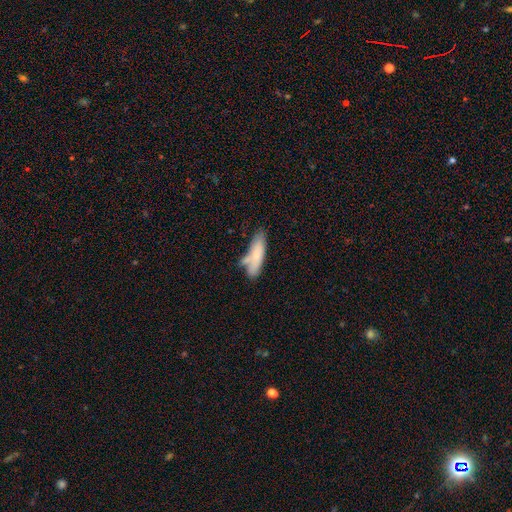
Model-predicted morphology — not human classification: Smooth or featured?
  - smooth: 74% *
  - featured or disk: 20%
  - star or artifact: 7%
How rounded?
  - cigar-shaped: 53% *
  - in between: 45%
  - round: 2%
Merging?
  - none: 48% *
  - minor disturbance: 24%
  - merger: 20%
  - major disturbance: 8%